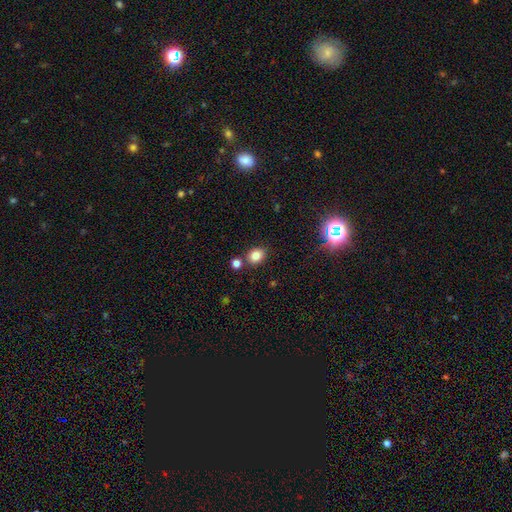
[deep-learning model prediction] The model was most divided on "how rounded": round: 56%, in between: 43%, cigar-shaped: 1%. More confident: smooth or featured — smooth (82%); merging — none (76%).